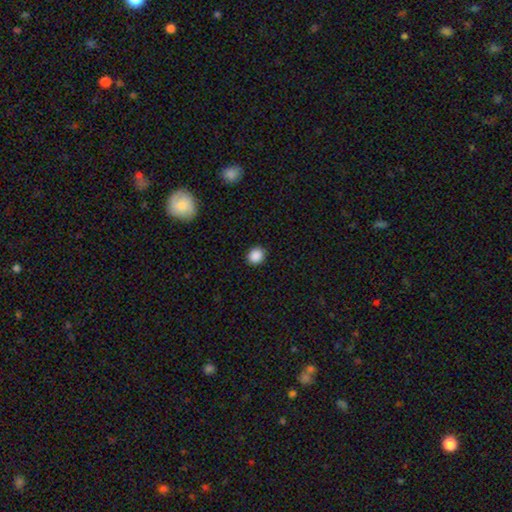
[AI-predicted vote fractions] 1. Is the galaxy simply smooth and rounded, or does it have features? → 89% smooth, 9% star or artifact, 2% featured or disk.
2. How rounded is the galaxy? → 75% round, 24% in between, 1% cigar-shaped.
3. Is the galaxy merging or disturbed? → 91% none, 6% minor disturbance, 2% major disturbance, 1% merger.